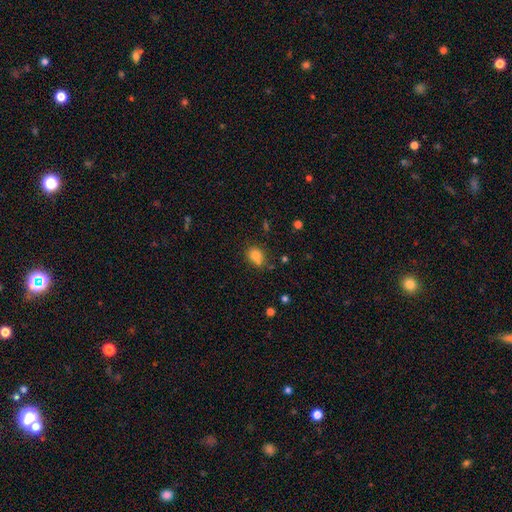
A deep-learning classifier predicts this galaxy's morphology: smooth 80%, star or artifact 12%, featured or disk 8%. Down the decision tree: how rounded — round (52%); merging — none (61%).